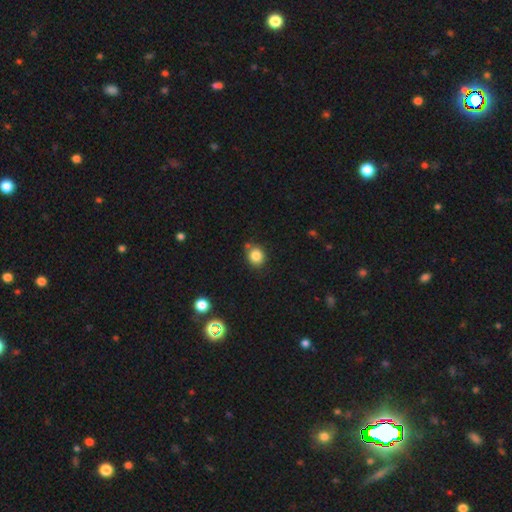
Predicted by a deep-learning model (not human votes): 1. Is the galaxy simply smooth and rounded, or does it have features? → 83% smooth, 11% star or artifact, 5% featured or disk.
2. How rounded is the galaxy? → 79% round, 20% in between, 1% cigar-shaped.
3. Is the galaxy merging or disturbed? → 77% none, 13% minor disturbance, 7% merger, 3% major disturbance.